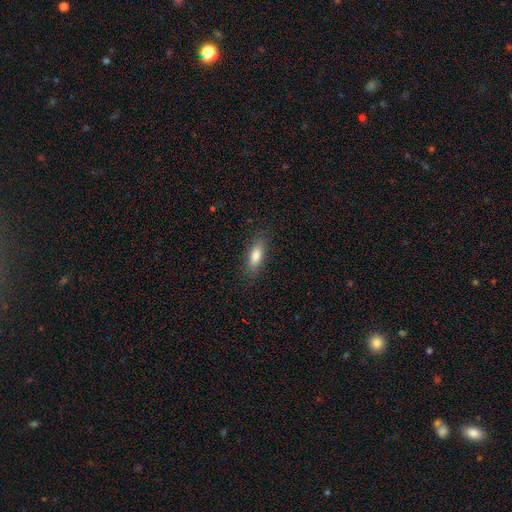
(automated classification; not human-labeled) This is clearly a smooth galaxy (80%). How rounded: likely in between (62%). Merging: clearly none (84%).